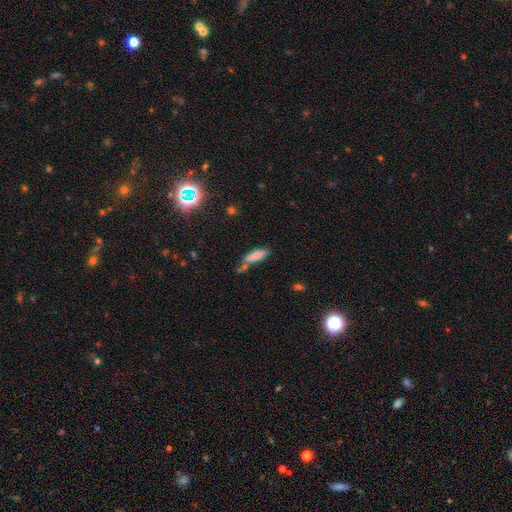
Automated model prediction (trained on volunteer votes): This is likely a smooth galaxy (77%). How rounded: possibly in between (54%). Merging: possibly none (51%).